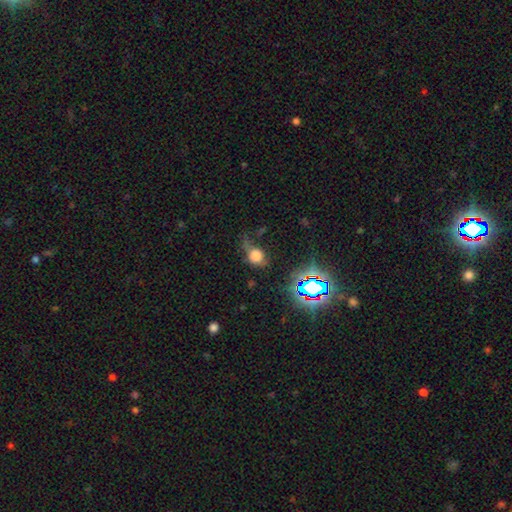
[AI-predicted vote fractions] Q: Smooth or featured?
A: smooth (65%); runner-up: star or artifact (21%)
Q: How rounded?
A: round (69%); runner-up: in between (29%)
Q: Merging?
A: none (39%); runner-up: major disturbance (27%)